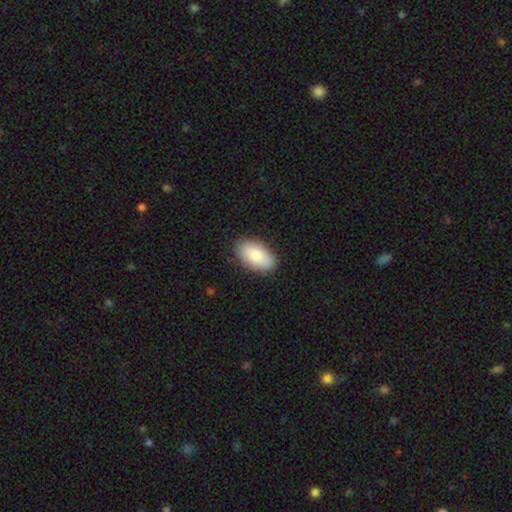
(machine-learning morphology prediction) Smooth or featured?
  - smooth: 83% *
  - featured or disk: 11%
  - star or artifact: 6%
How rounded?
  - in between: 95% *
  - round: 4%
  - cigar-shaped: 2%
Merging?
  - none: 87% *
  - minor disturbance: 10%
  - major disturbance: 2%
  - merger: 1%